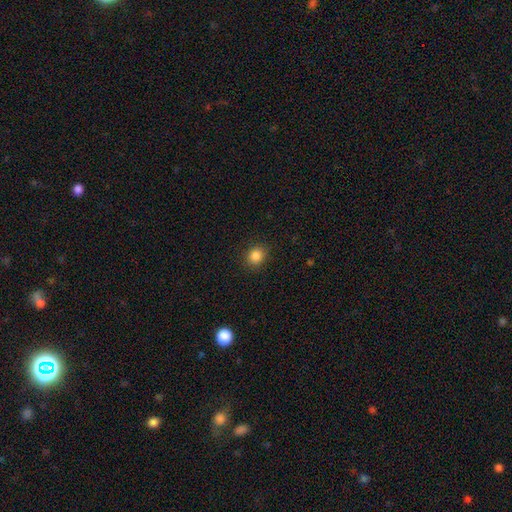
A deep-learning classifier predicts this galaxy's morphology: Smooth or featured?
  - smooth: 86% *
  - star or artifact: 11%
  - featured or disk: 4%
How rounded?
  - round: 71% *
  - in between: 28%
  - cigar-shaped: 1%
Merging?
  - none: 88% *
  - minor disturbance: 9%
  - major disturbance: 3%
  - merger: 1%